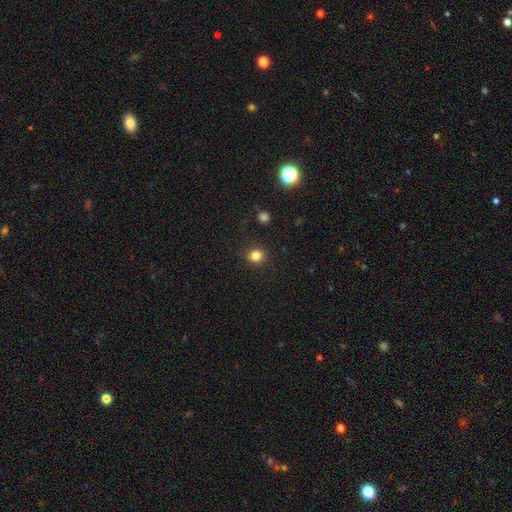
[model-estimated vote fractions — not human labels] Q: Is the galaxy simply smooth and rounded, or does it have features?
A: smooth — 82%.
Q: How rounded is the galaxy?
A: round — 84%.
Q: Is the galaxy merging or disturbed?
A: none — 90%.